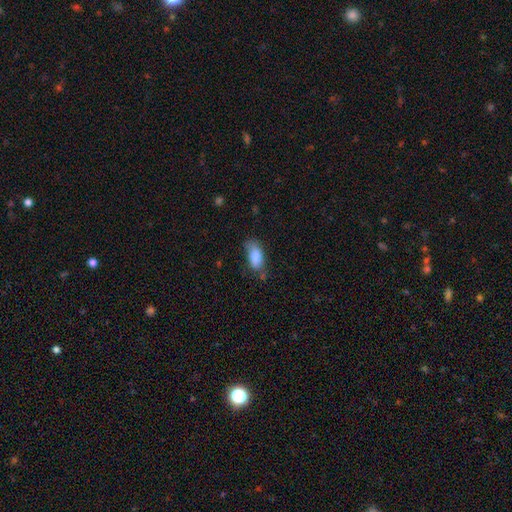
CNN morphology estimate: A smooth galaxy with no disk features (82%) that is in between round and cigar-shaped (88%).

Vote fractions:
- Smooth or featured? smooth: 82% / featured or disk: 11% / star or artifact: 7%
- How rounded? in between: 88% / cigar-shaped: 9% / round: 3%
- Merging? none: 56% / minor disturbance: 31% / major disturbance: 9% / merger: 4%